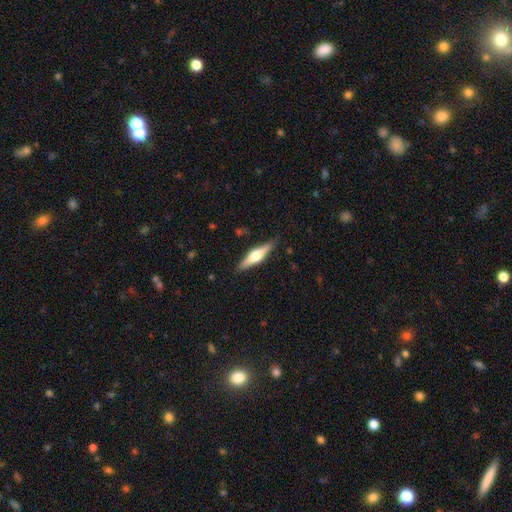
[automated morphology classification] A featured or disk galaxy (65%) viewed edge-on (97%) with a rounded central bulge (93%).

Vote fractions:
- Smooth or featured? featured or disk: 65% / smooth: 30% / star or artifact: 5%
- Edge-on disk? yes: 97% / no: 3%
- Edge-on bulge? rounded: 93% / boxy: 5% / none: 2%
- Merging? none: 88% / minor disturbance: 9% / major disturbance: 2% / merger: 1%